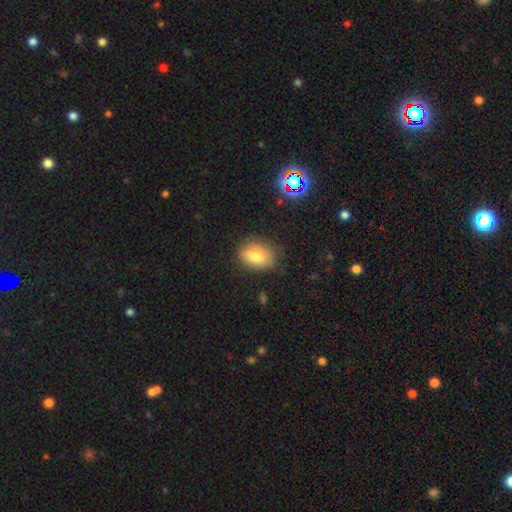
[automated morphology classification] Smooth or featured: smooth — 77% (featured or disk — 12%)
How rounded: in between — 81% (round — 18%)
Merging: none — 79% (minor disturbance — 16%)